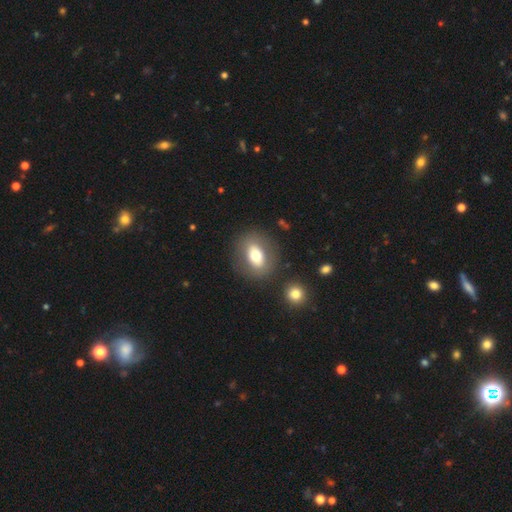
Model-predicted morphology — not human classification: A smooth galaxy with no disk features (65%) that is in between round and cigar-shaped (66%). Merging: none (80%).